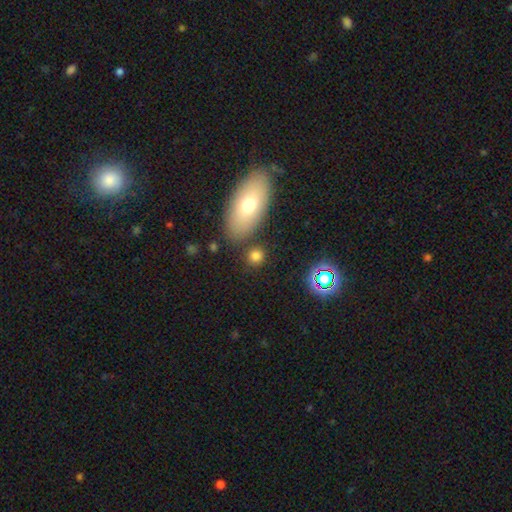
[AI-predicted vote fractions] Smooth or featured?
  - smooth: 78% *
  - star or artifact: 14%
  - featured or disk: 8%
How rounded?
  - round: 78% *
  - in between: 20%
  - cigar-shaped: 2%
Merging?
  - none: 79% *
  - minor disturbance: 9%
  - merger: 7%
  - major disturbance: 4%